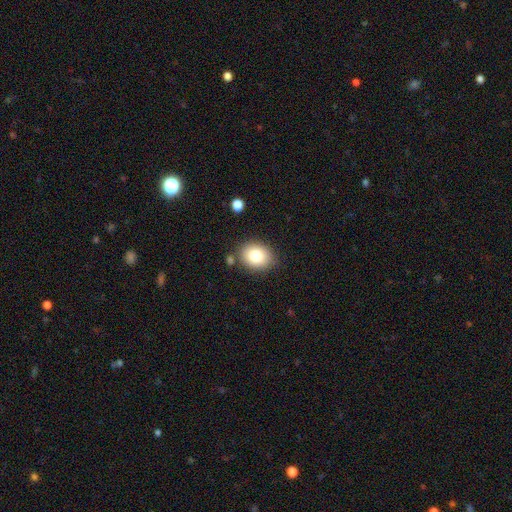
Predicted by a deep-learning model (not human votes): Smooth or featured: smooth — 84% (star or artifact — 8%)
How rounded: in between — 55% (round — 44%)
Merging: none — 81% (minor disturbance — 12%)